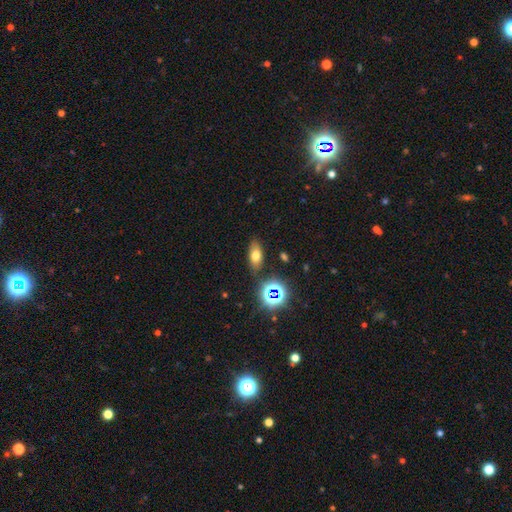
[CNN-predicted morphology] smooth_or_featured: smooth (p=0.66) [alt: star or artifact p=0.19]
how_rounded: in between (p=0.82) [alt: round p=0.09]
merging: none (p=0.82) [alt: minor disturbance p=0.11]